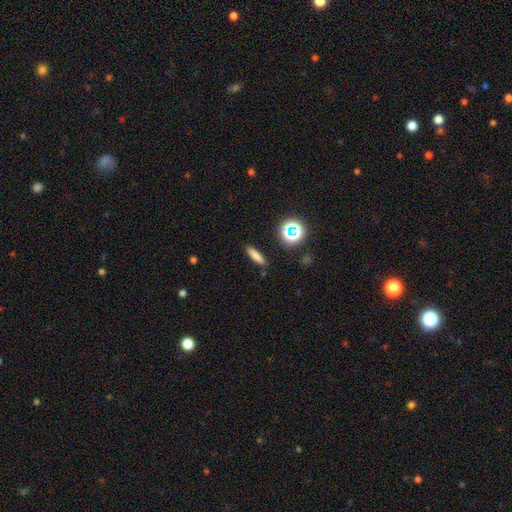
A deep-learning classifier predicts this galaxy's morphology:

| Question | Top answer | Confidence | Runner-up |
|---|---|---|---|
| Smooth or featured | smooth | 76% | star or artifact (14%) |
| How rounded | cigar-shaped | 76% | in between (19%) |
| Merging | none | 89% | minor disturbance (7%) |